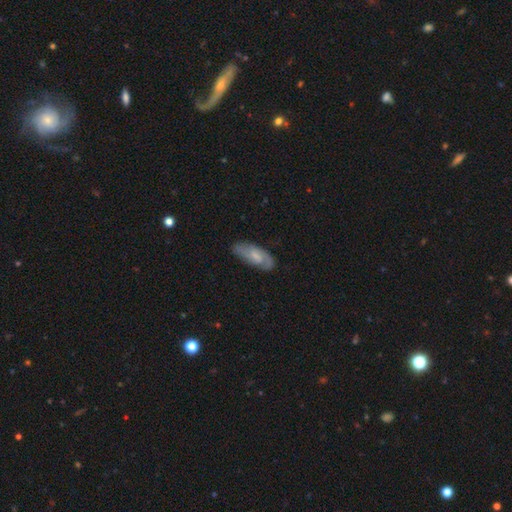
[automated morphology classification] featured or disk 47%, smooth 46%, star or artifact 7%. Down the decision tree: merging — none (71%).